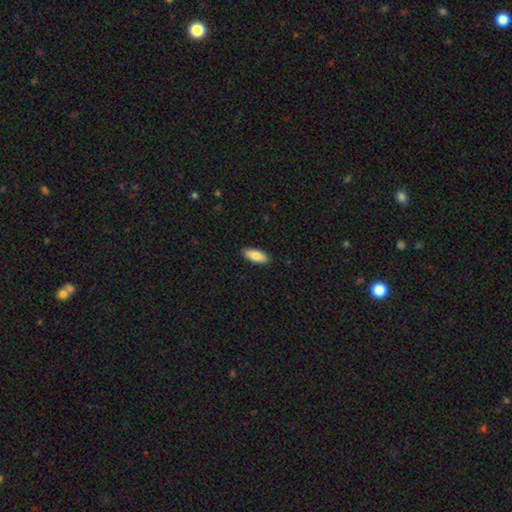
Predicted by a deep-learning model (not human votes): The model was most divided on "how rounded": in between: 82%, cigar-shaped: 16%, round: 2%. More confident: merging — none (89%); smooth or featured — smooth (84%).